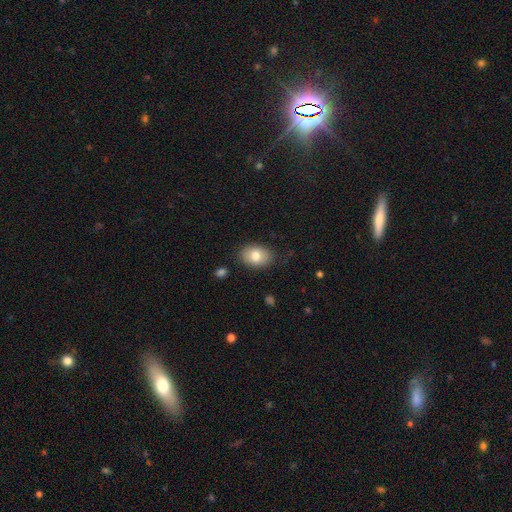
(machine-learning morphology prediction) smooth 80%, featured or disk 13%, star or artifact 7%. Down the decision tree: how rounded — in between (79%); merging — none (83%).